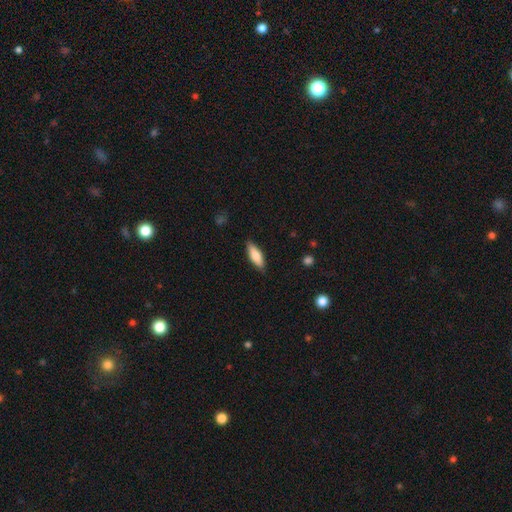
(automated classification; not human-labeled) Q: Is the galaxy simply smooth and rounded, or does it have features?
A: smooth — 77%.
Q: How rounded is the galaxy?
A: in between — 59%.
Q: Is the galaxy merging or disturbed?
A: none — 85%.